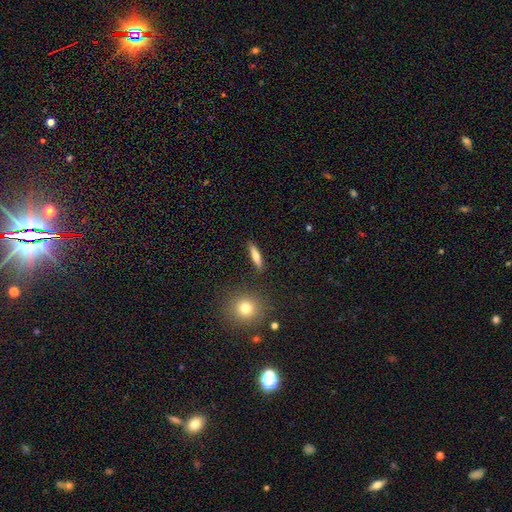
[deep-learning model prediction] Smooth or featured: smooth — 69% (featured or disk — 23%)
How rounded: cigar-shaped — 78% (in between — 17%)
Merging: none — 88% (minor disturbance — 7%)